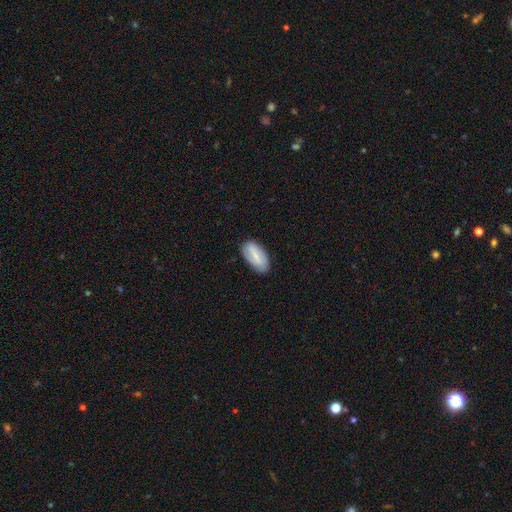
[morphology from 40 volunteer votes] A featured or disk galaxy (62%) with a weak bar (54%), 2 (62%) tight (38%, tied with medium) spiral arms (54%) and no central bulge (50%). Merging: none (73%).